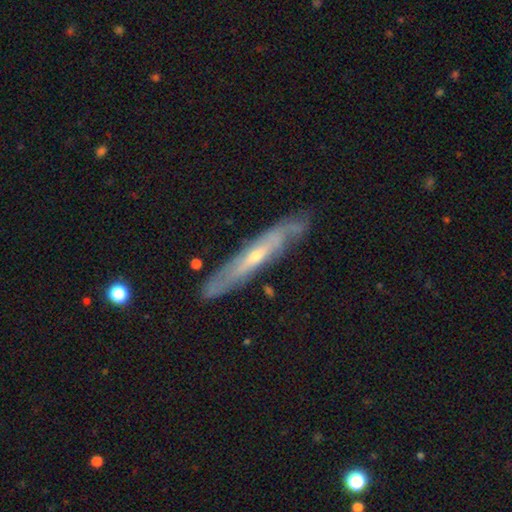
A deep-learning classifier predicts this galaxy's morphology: Smooth or featured?
  - featured or disk: 75% *
  - smooth: 19%
  - star or artifact: 7%
Edge-on disk?
  - yes: 63% *
  - no: 37%
Merging?
  - none: 80% *
  - minor disturbance: 15%
  - major disturbance: 3%
  - merger: 2%